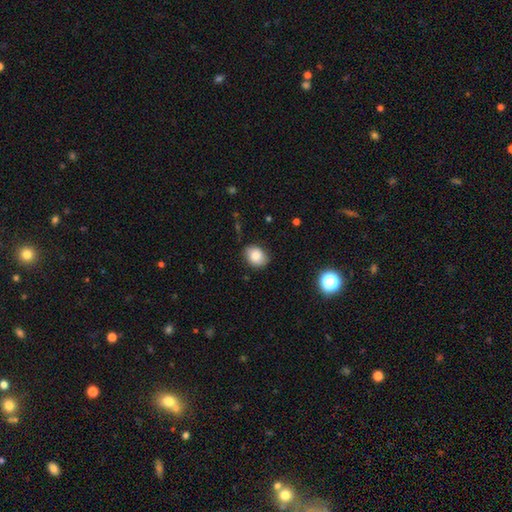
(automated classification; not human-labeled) Smooth or featured: smooth — 82% (featured or disk — 9%)
How rounded: in between — 63% (round — 36%)
Merging: none — 79% (minor disturbance — 16%)